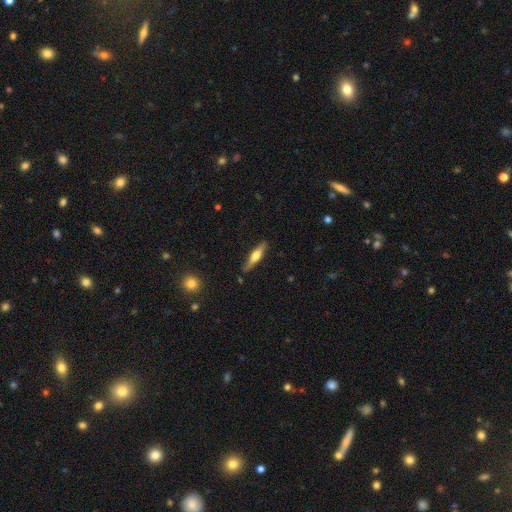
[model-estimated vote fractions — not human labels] Smooth or featured?
  - featured or disk: 50% *
  - smooth: 44%
  - star or artifact: 6%
Edge-on disk?
  - yes: 92% *
  - no: 8%
Merging?
  - none: 80% *
  - minor disturbance: 15%
  - major disturbance: 3%
  - merger: 2%